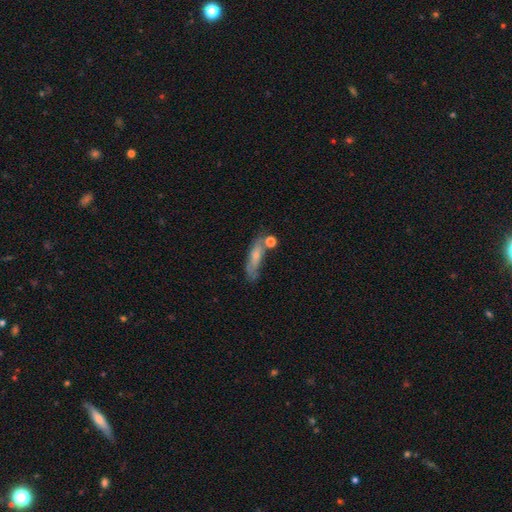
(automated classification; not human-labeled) A smooth galaxy with no disk features (58%) that is cigar-shaped (59%). Merging: none (47%).